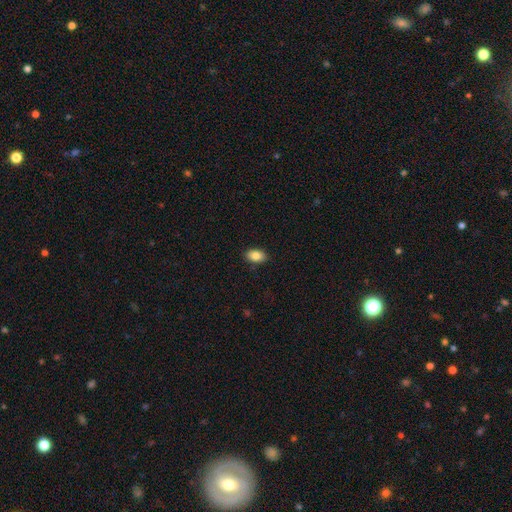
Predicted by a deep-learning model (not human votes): This appears to be a smooth galaxy with no disk features (84%) that is in between round and cigar-shaped (89%). Merging: none (89%).